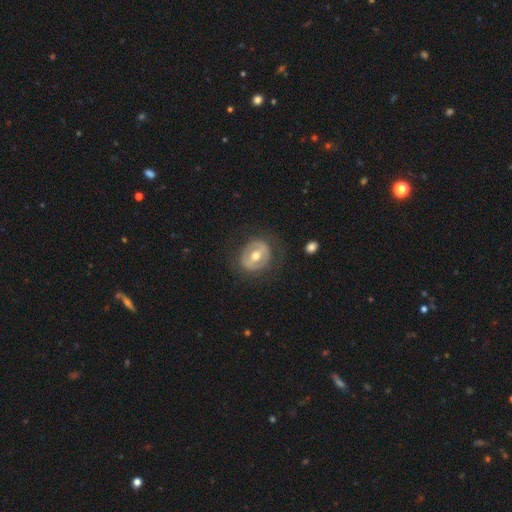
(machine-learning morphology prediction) featured or disk 63%, smooth 31%, star or artifact 6%. Down the decision tree: edge-on disk — no (94%); bar — strong (45%); spiral arms — no (77%); bulge size — moderate (75%); merging — none (72%).